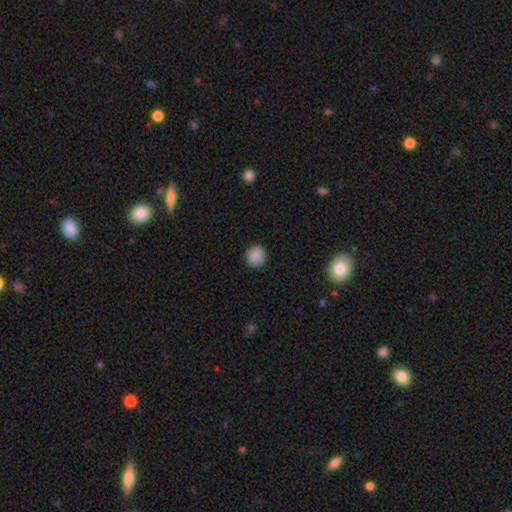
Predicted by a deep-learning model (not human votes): Smooth or featured?
  - smooth: 88% *
  - star or artifact: 9%
  - featured or disk: 3%
How rounded?
  - round: 92% *
  - in between: 7%
  - cigar-shaped: 1%
Merging?
  - none: 92% *
  - minor disturbance: 6%
  - major disturbance: 2%
  - merger: 1%